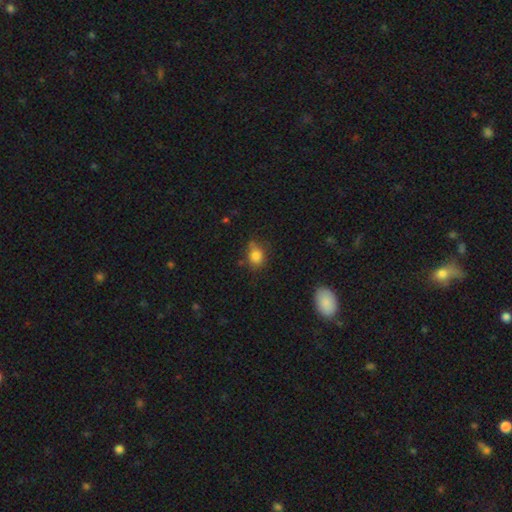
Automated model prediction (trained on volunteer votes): The model was most divided on "how rounded": round: 50%, in between: 48%, cigar-shaped: 2%. More confident: smooth or featured — smooth (81%); merging — none (61%).